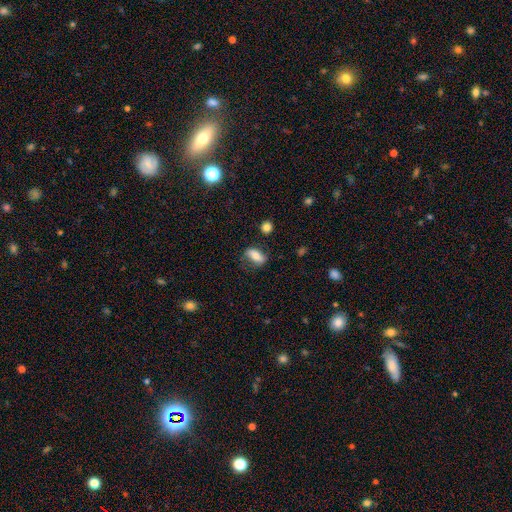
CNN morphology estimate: smooth-or-featured: smooth: 63% | featured or disk: 30% | star or artifact: 8%
  how-rounded: in between: 80% | cigar-shaped: 13% | round: 7%
  merging: none: 67% | minor disturbance: 22% | major disturbance: 9% | merger: 3%